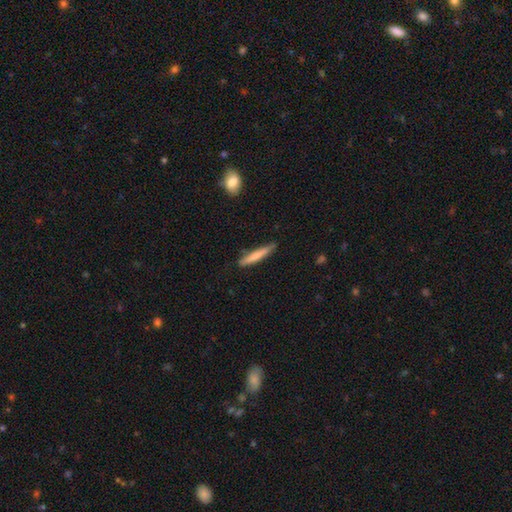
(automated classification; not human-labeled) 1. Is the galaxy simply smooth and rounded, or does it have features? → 74% smooth, 21% featured or disk, 5% star or artifact.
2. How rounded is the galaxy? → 94% cigar-shaped, 5% in between, 1% round.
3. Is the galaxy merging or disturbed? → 81% none, 15% minor disturbance, 2% major disturbance, 2% merger.